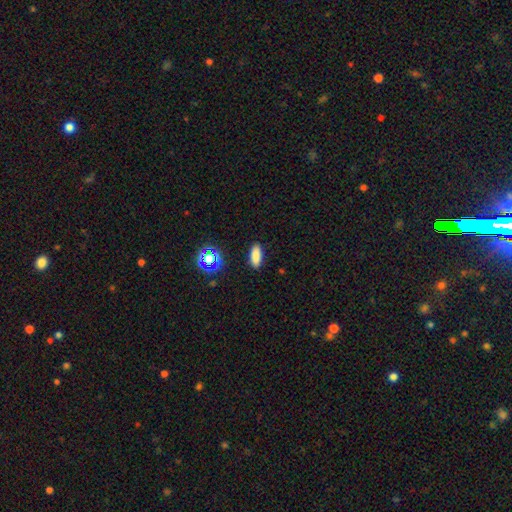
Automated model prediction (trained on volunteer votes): smooth 82%, star or artifact 13%, featured or disk 6%. Down the decision tree: how rounded — in between (75%); merging — none (89%).